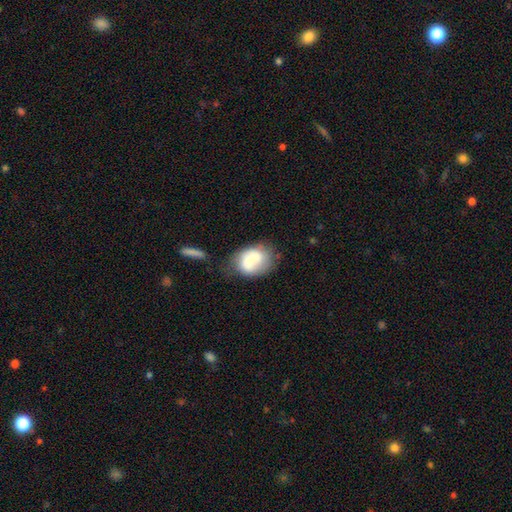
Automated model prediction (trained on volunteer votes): This is possibly a smooth galaxy (59%). How rounded: likely in between (63%). Merging: possibly none (49%).